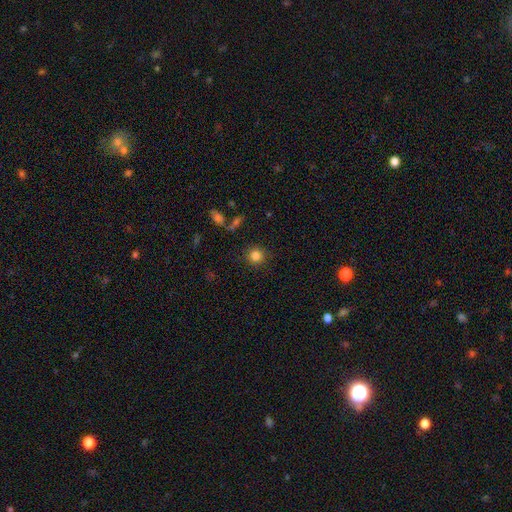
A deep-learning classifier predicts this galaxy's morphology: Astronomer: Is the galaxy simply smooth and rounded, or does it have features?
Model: smooth — 83%.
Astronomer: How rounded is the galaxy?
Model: round — 93%.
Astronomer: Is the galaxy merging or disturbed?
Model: none — 87%.